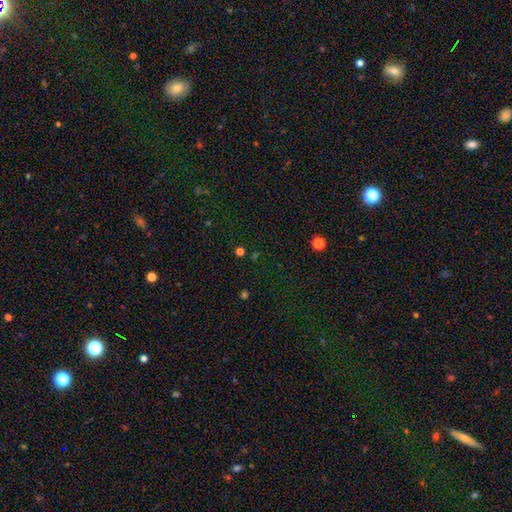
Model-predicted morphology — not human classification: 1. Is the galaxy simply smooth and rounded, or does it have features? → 71% star or artifact, 20% smooth, 9% featured or disk.